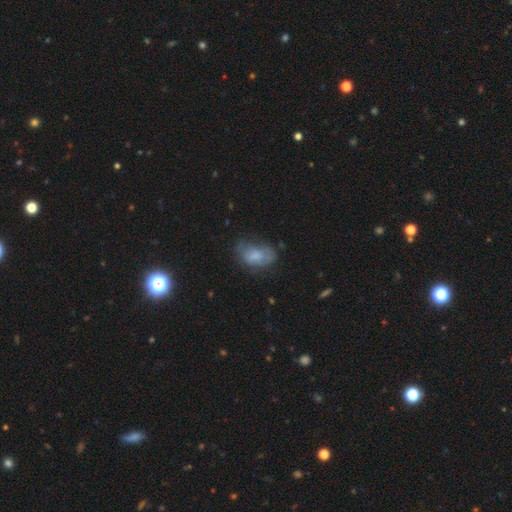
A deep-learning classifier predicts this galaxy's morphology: type=smooth (66%); roundness=in between (89%); merging=none (47%).